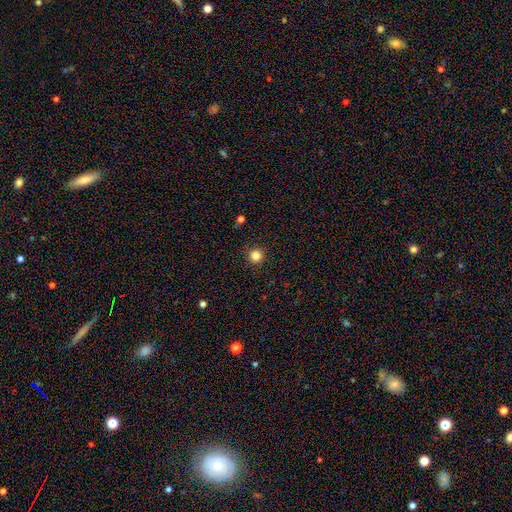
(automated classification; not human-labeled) A smooth galaxy with no disk features (84%) that is round (96%).

Vote fractions:
- Smooth or featured? smooth: 84% / star or artifact: 12% / featured or disk: 4%
- How rounded? round: 96% / in between: 3% / cigar-shaped: 1%
- Merging? none: 92% / minor disturbance: 5% / major disturbance: 2% / merger: 1%